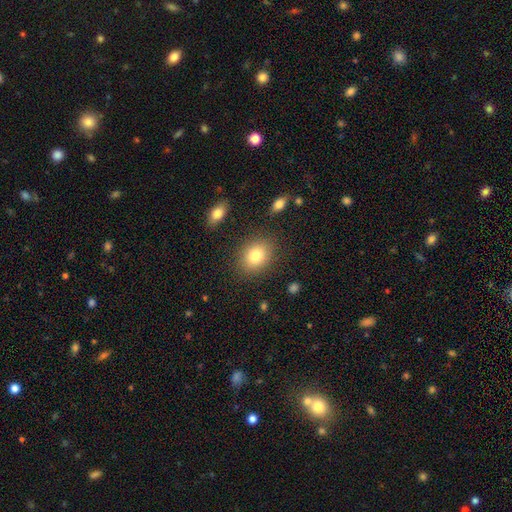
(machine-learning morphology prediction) Overall: smooth (81%). How rounded: in between (53%; round 46%). Merging: none (84%).